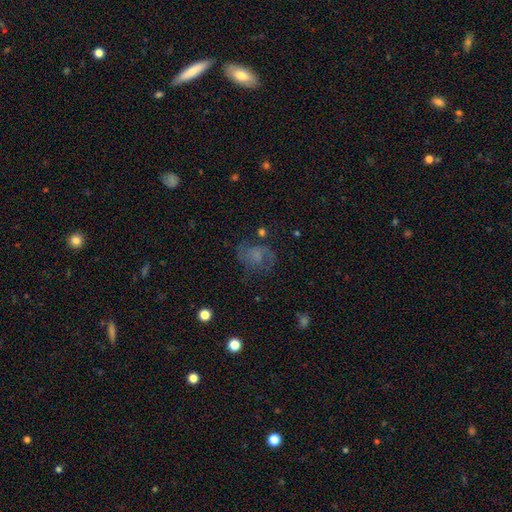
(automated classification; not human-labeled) Smooth or featured? featured or disk (46%)
Merging? none (53%)